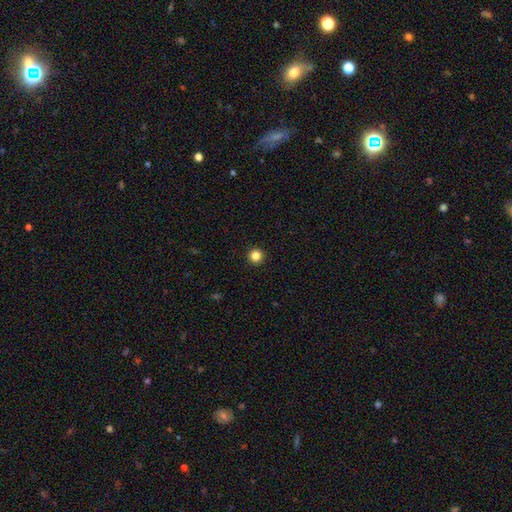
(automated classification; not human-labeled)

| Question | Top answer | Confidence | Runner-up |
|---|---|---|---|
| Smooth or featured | smooth | 84% | star or artifact (12%) |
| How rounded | round | 96% | in between (3%) |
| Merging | none | 94% | minor disturbance (4%) |